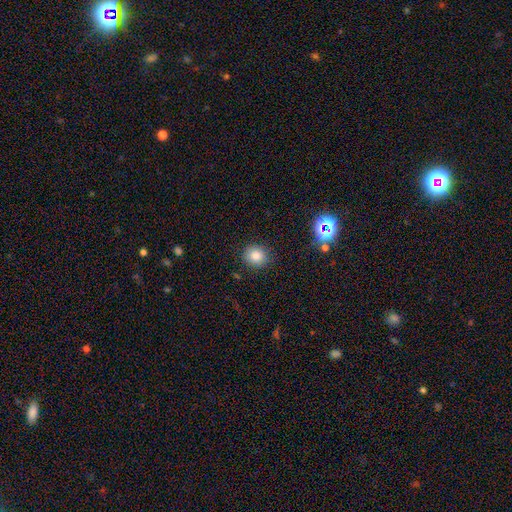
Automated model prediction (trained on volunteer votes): A smooth galaxy with no disk features (82%) that is round (80%).

Vote fractions:
- Smooth or featured? smooth: 82% / star or artifact: 12% / featured or disk: 6%
- How rounded? round: 80% / in between: 19% / cigar-shaped: 1%
- Merging? none: 87% / minor disturbance: 9% / major disturbance: 3% / merger: 1%